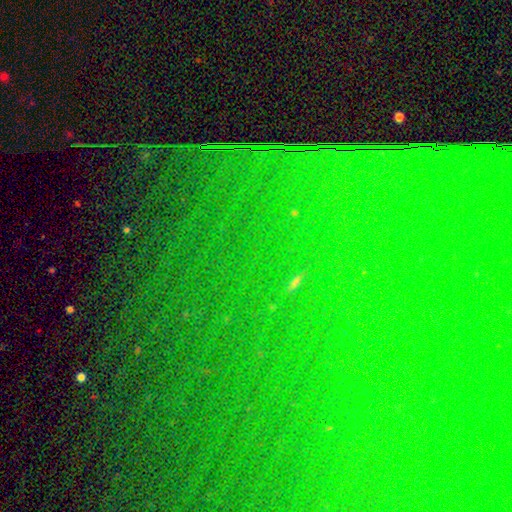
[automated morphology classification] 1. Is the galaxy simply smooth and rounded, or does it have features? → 85% star or artifact, 8% smooth, 8% featured or disk.